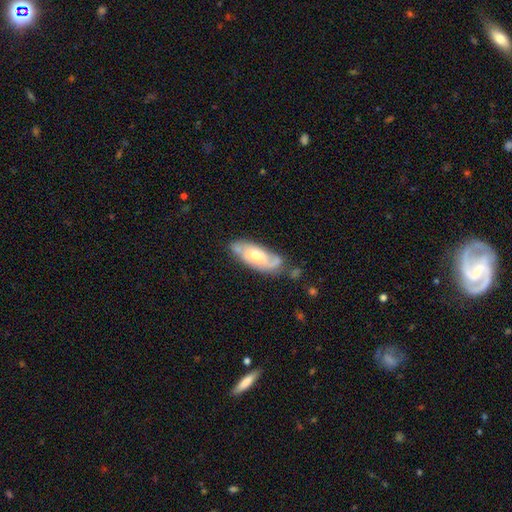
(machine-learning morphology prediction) Smooth or featured? featured or disk (60%)
Edge-on disk? no (85%)
Bar? no (65%)
Spiral arms? yes (80%)
Bulge size? moderate (65%)
Merging? none (63%)